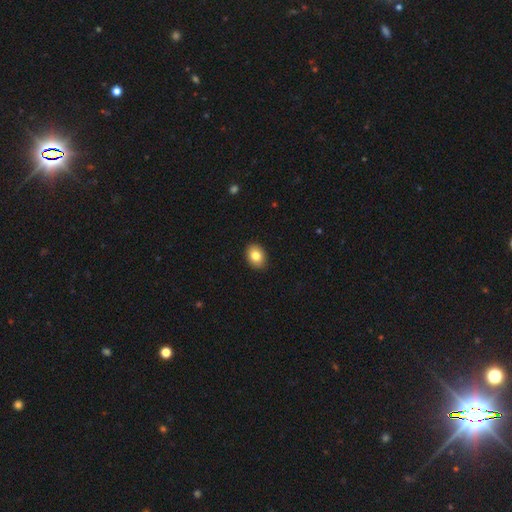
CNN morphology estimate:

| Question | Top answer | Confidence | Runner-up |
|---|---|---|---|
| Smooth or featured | smooth | 82% | featured or disk (9%) |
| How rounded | in between | 70% | round (29%) |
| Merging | none | 90% | minor disturbance (7%) |